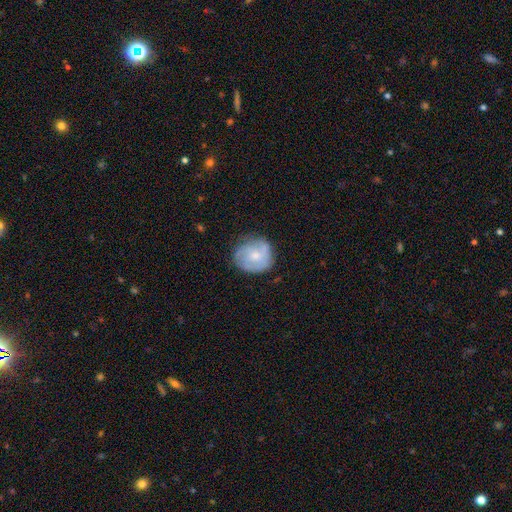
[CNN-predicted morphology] This is possibly a featured or disk galaxy (54%). It is clearly not viewed edge-on (98%). Bar: likely no (76%). Spiral arm pattern: likely yes (77%). Central bulge: possibly small (55%). Merging: likely none (73%).